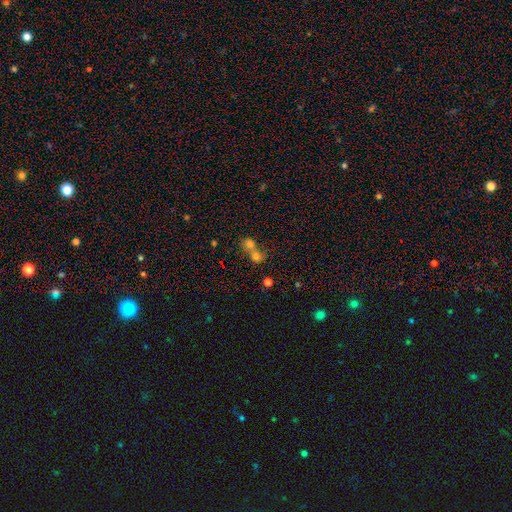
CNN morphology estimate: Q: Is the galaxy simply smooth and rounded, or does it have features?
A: smooth — 68%.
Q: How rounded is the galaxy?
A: round — 70%.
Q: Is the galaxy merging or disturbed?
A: merger — 67%.